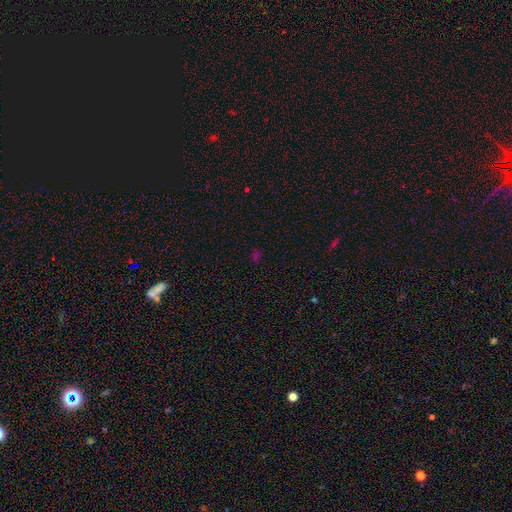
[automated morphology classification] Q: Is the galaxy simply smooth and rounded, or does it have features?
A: star or artifact — 51%.